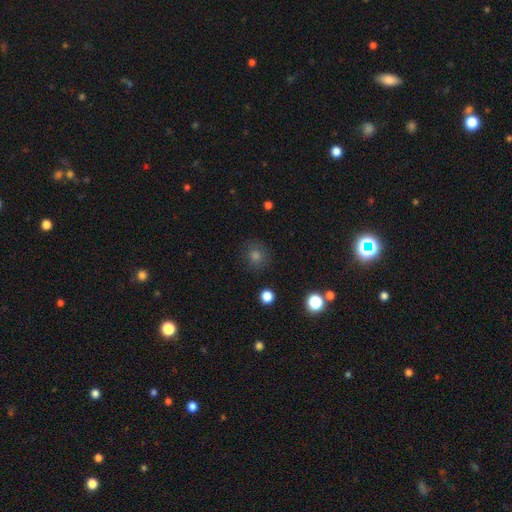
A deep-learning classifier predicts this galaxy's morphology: Overall: smooth (70%). How rounded: round (90%). Merging: none (87%).